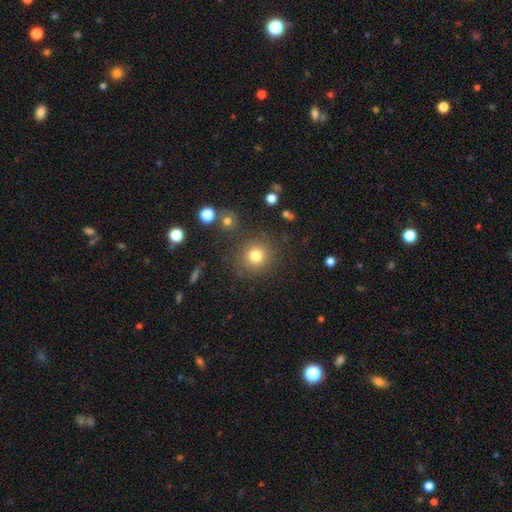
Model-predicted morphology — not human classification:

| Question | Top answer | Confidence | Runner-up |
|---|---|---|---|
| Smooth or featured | smooth | 79% | star or artifact (13%) |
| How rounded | round | 90% | in between (9%) |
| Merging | none | 84% | minor disturbance (8%) |